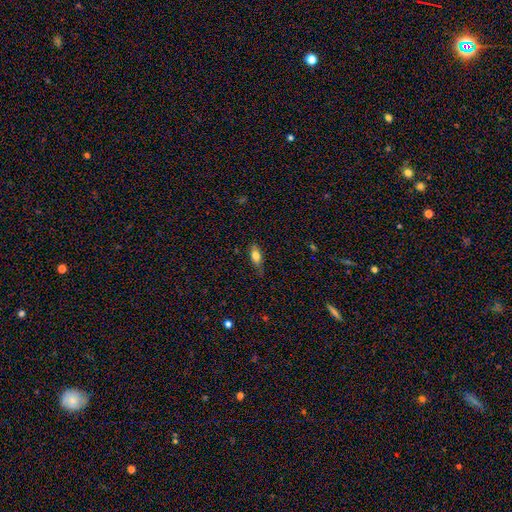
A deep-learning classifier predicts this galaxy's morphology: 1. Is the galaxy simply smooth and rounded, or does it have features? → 71% smooth, 21% featured or disk, 8% star or artifact.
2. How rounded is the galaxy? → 72% in between, 24% cigar-shaped, 4% round.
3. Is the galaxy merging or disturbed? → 71% none, 23% minor disturbance, 5% major disturbance, 1% merger.